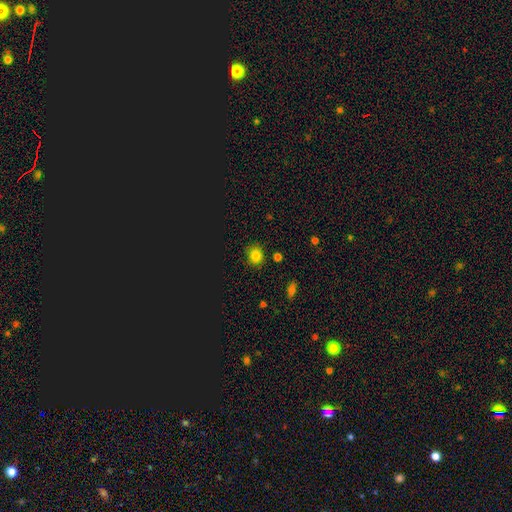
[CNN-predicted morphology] Overall: smooth (78%). How rounded: round (74%). Merging: none (83%).